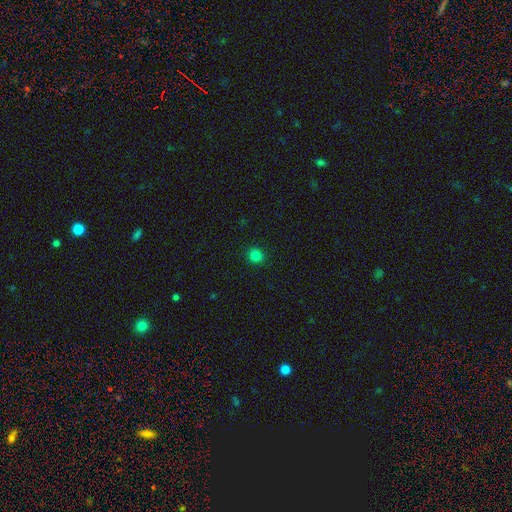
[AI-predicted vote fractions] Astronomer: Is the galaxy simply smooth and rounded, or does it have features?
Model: smooth — 81%.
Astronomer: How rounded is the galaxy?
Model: round — 90%.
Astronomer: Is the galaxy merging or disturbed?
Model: none — 92%.